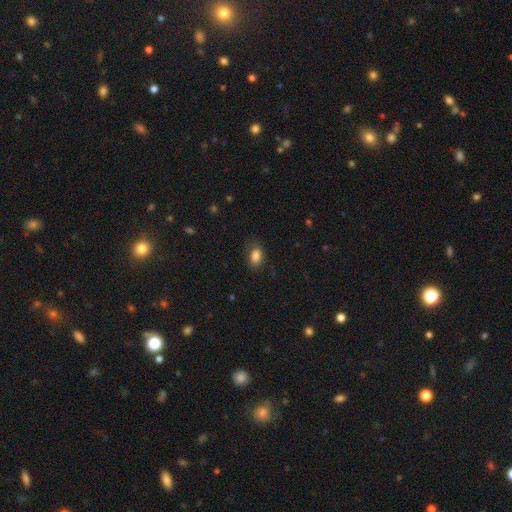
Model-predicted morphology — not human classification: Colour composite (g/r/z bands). It shows a smooth galaxy with no disk features (85%) that is in between round and cigar-shaped (83%). Merging: none (79%).